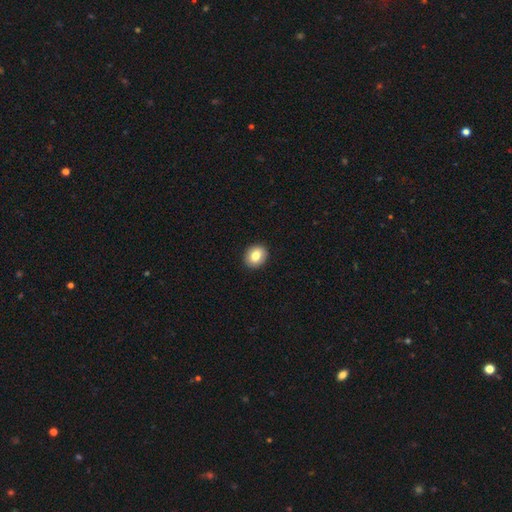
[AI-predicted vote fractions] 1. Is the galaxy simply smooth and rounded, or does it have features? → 80% smooth, 11% featured or disk, 8% star or artifact.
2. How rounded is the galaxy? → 60% round, 39% in between, 1% cigar-shaped.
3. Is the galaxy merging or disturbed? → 91% none, 7% minor disturbance, 2% major disturbance, 1% merger.